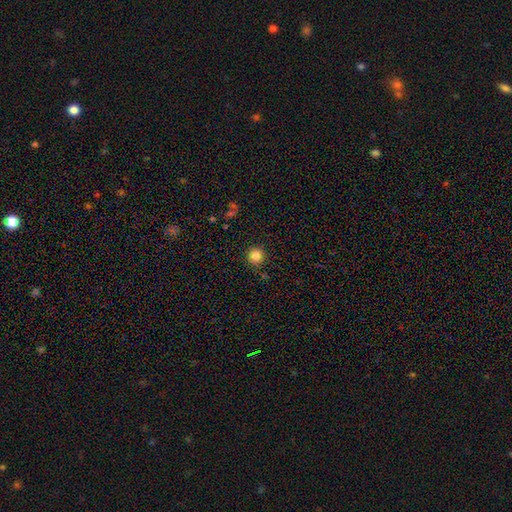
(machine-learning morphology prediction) Smooth or featured?
  - smooth: 84% *
  - star or artifact: 11%
  - featured or disk: 5%
How rounded?
  - round: 95% *
  - in between: 4%
  - cigar-shaped: 1%
Merging?
  - none: 90% *
  - minor disturbance: 6%
  - major disturbance: 2%
  - merger: 1%